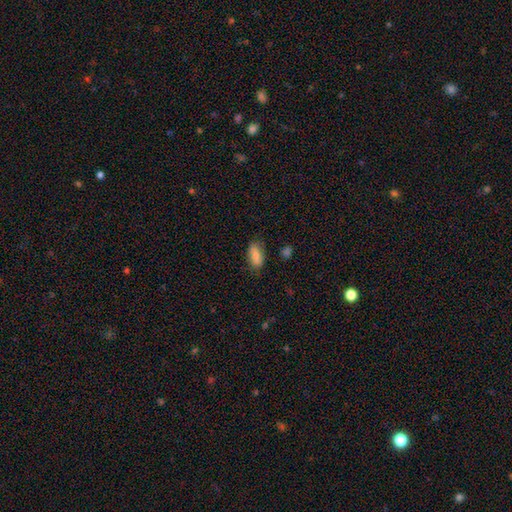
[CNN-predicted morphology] type=smooth (83%); roundness=in between (87%); merging=none (78%).